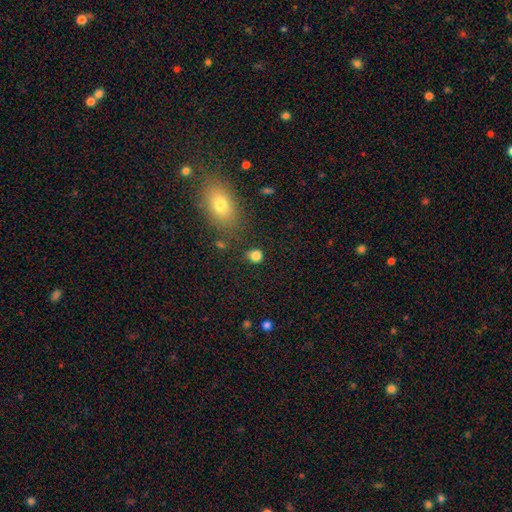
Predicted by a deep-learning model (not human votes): Overall: smooth (84%). How rounded: round (74%). Merging: none (79%).